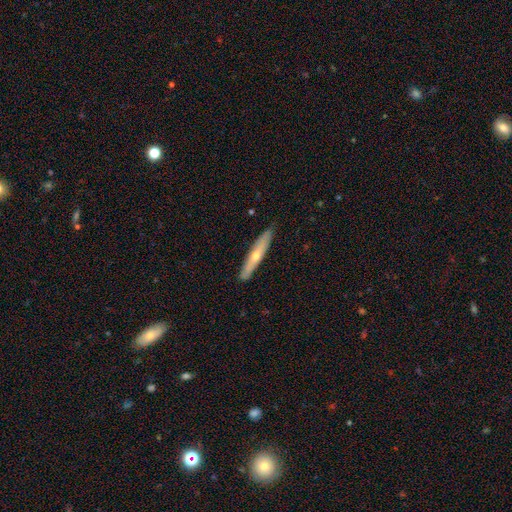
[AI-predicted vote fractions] featured or disk 49%, smooth 45%, star or artifact 5%. Down the decision tree: merging — none (88%).